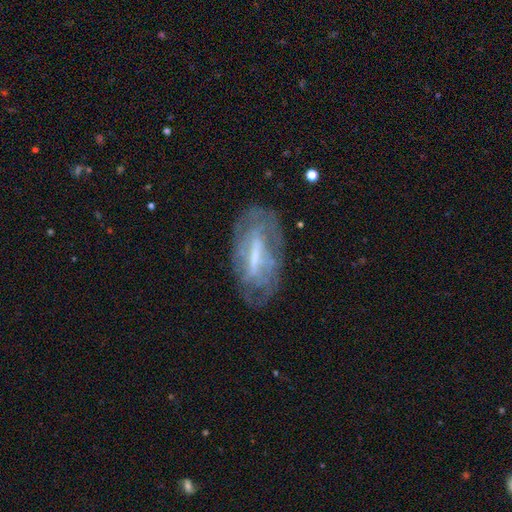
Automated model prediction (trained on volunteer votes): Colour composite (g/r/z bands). It shows a featured or disk galaxy (71%) with a strong bar (52%), spiral arms (59%) and a small central bulge (42%). Merging: none (69%).